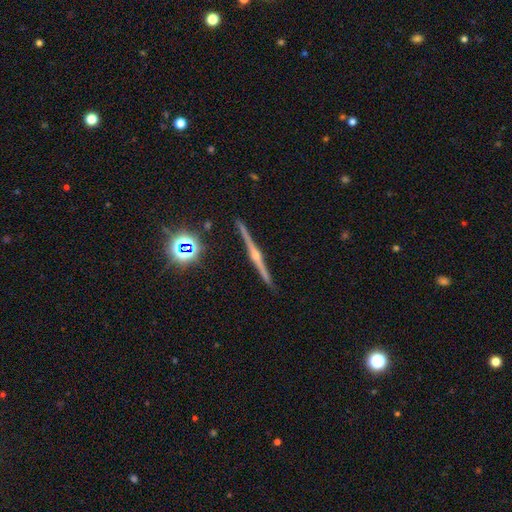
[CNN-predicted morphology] Q: Smooth or featured?
A: featured or disk (84%); runner-up: star or artifact (9%)
Q: Edge-on disk?
A: yes (99%); runner-up: no (1%)
Q: Edge-on bulge?
A: rounded (91%); runner-up: none (5%)
Q: Merging?
A: none (92%); runner-up: minor disturbance (5%)